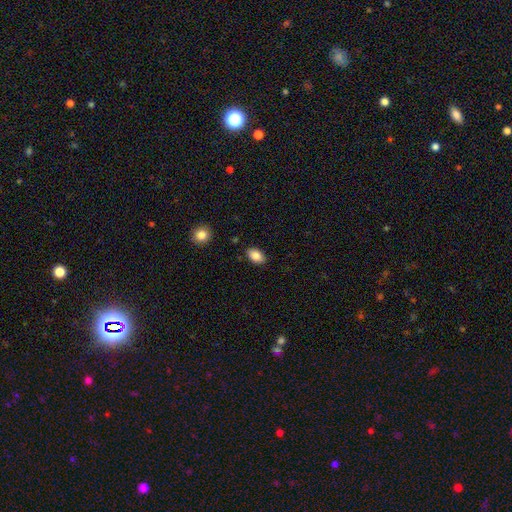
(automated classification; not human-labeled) Smooth or featured: smooth — 86% (star or artifact — 8%)
How rounded: in between — 88% (round — 11%)
Merging: none — 87% (minor disturbance — 9%)